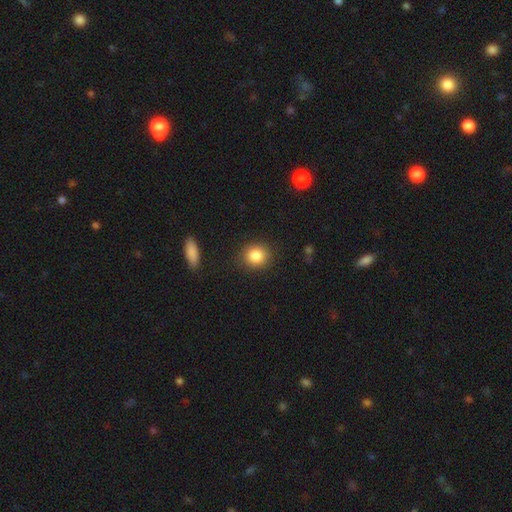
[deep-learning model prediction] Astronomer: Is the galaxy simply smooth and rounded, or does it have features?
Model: smooth — 86%.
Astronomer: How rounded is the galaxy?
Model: round — 80%.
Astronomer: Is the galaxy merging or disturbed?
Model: none — 87%.